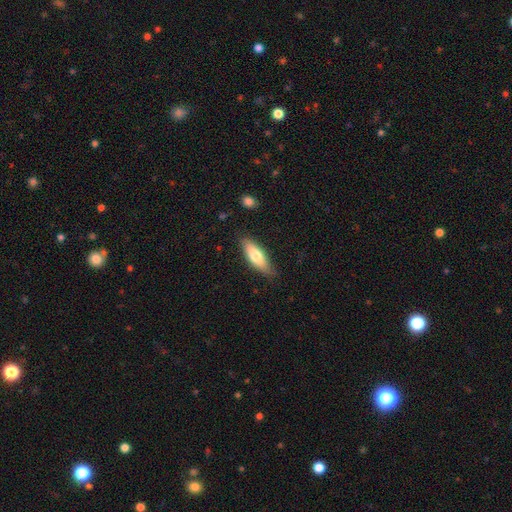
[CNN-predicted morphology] type=smooth (71%); roundness=in between (62%); merging=none (79%).